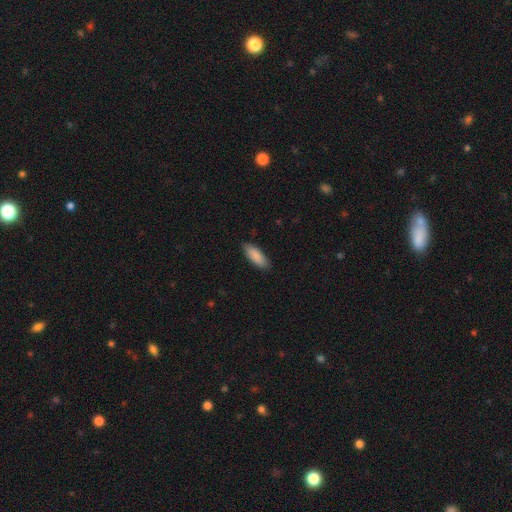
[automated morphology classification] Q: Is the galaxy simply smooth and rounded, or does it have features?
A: smooth — 89%.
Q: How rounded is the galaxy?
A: in between — 66%.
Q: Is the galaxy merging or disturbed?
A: none — 87%.